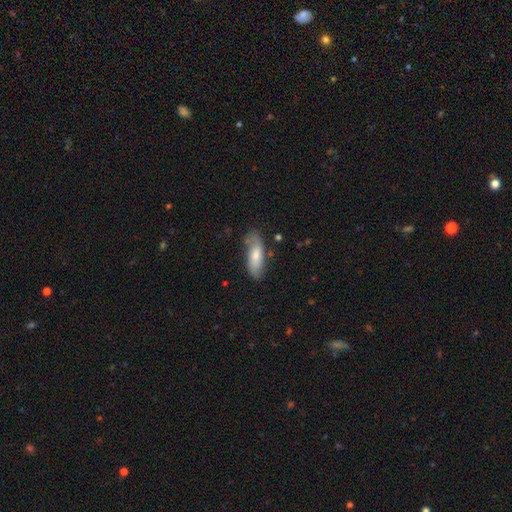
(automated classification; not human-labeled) A smooth galaxy with no disk features (66%) that is in between round and cigar-shaped (63%).

Vote fractions:
- Smooth or featured? smooth: 66% / featured or disk: 28% / star or artifact: 6%
- How rounded? in between: 63% / cigar-shaped: 35% / round: 2%
- Merging? none: 69% / minor disturbance: 22% / major disturbance: 6% / merger: 3%